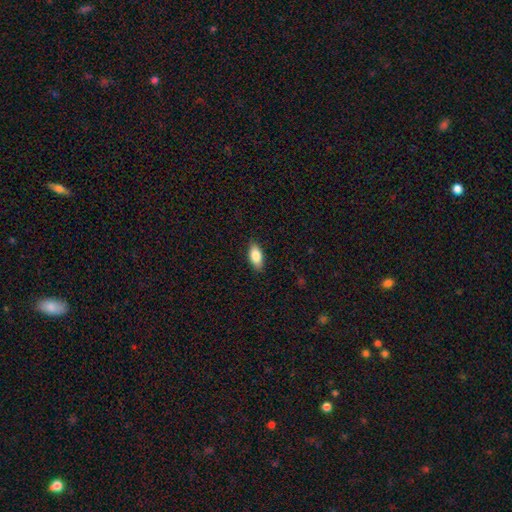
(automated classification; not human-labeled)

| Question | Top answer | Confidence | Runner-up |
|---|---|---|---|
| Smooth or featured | smooth | 84% | featured or disk (9%) |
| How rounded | in between | 88% | cigar-shaped (9%) |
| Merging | none | 87% | minor disturbance (10%) |